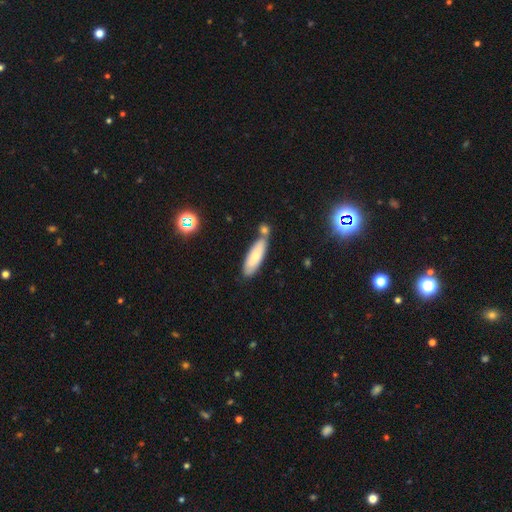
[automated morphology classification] A smooth galaxy with no disk features (73%) that is cigar-shaped (55%). Merging: none (61%).